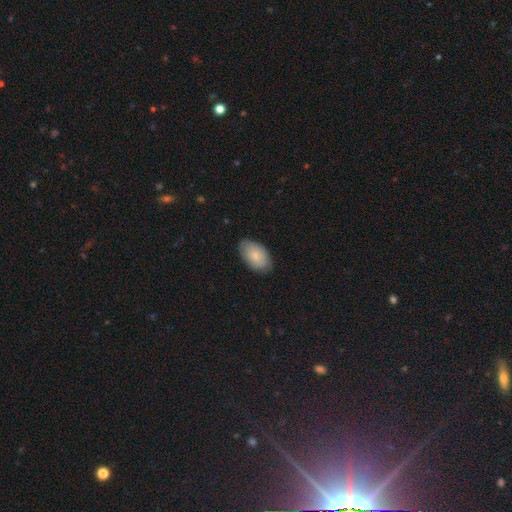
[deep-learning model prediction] Smooth or featured: smooth — 79% (featured or disk — 15%)
How rounded: in between — 93% (round — 6%)
Merging: none — 79% (minor disturbance — 17%)